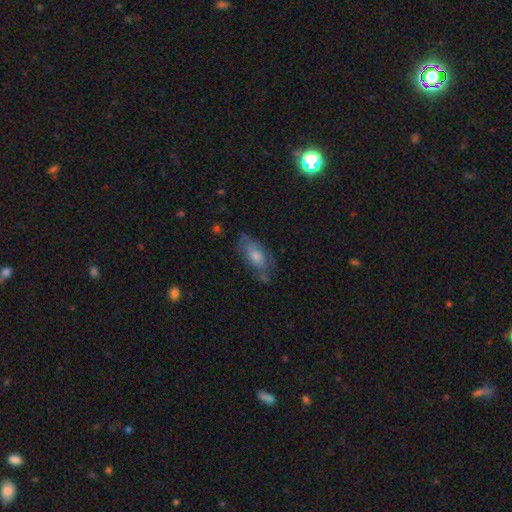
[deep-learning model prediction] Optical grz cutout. It shows a featured or disk galaxy (49%). Merging: none (61%).